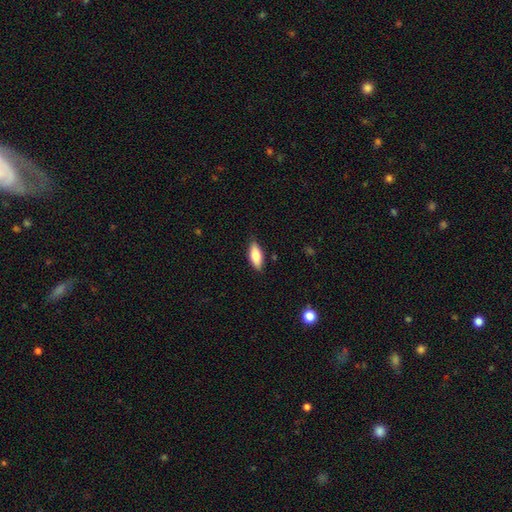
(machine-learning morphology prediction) Overall: smooth (80%). How rounded: in between (77%). Merging: none (85%).